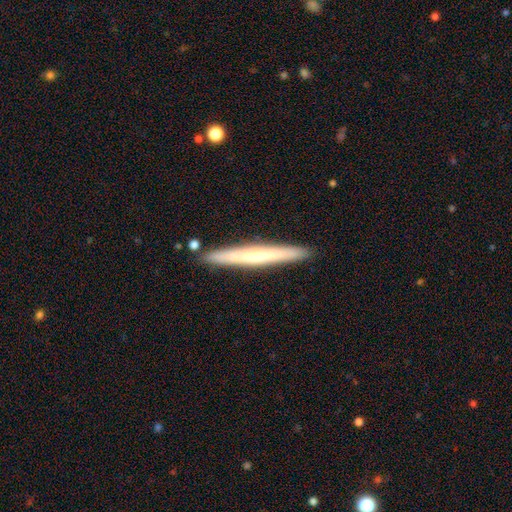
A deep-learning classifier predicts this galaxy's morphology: smooth_or_featured: smooth (p=0.49) [alt: featured or disk p=0.46]
merging: none (p=0.91) [alt: minor disturbance p=0.06]